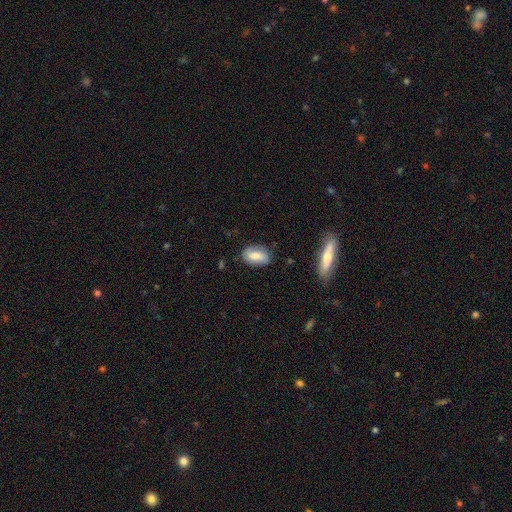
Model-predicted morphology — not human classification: A smooth galaxy with no disk features (74%) that is in between round and cigar-shaped (88%). Merging: none (78%).